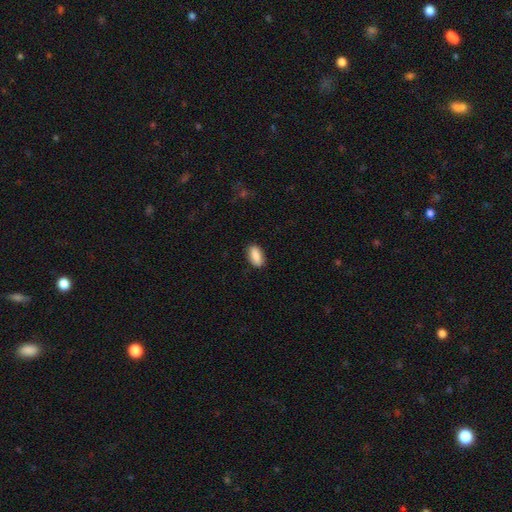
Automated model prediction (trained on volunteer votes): smooth_or_featured: smooth (p=0.88) [alt: star or artifact p=0.07]
how_rounded: in between (p=0.89) [alt: cigar-shaped p=0.08]
merging: none (p=0.86) [alt: minor disturbance p=0.10]